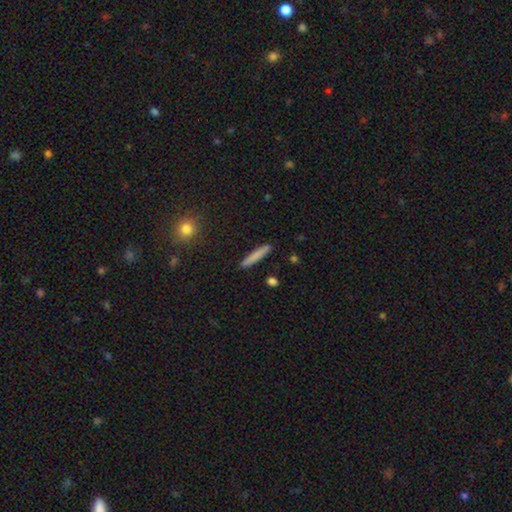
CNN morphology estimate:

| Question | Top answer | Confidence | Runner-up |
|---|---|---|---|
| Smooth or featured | smooth | 77% | featured or disk (16%) |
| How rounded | cigar-shaped | 94% | in between (5%) |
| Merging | none | 90% | minor disturbance (7%) |